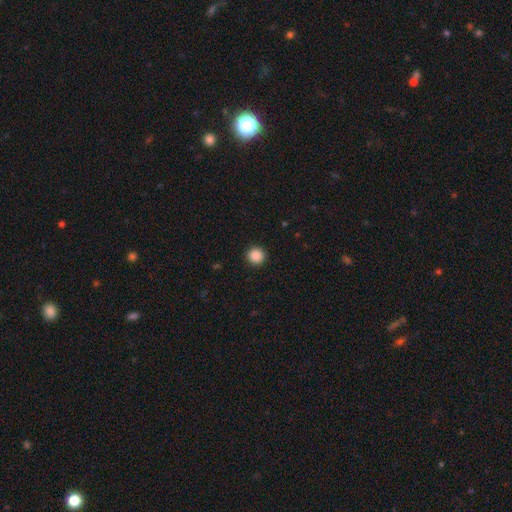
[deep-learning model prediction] smooth 88%, star or artifact 9%, featured or disk 2%. Down the decision tree: how rounded — round (95%); merging — none (93%).